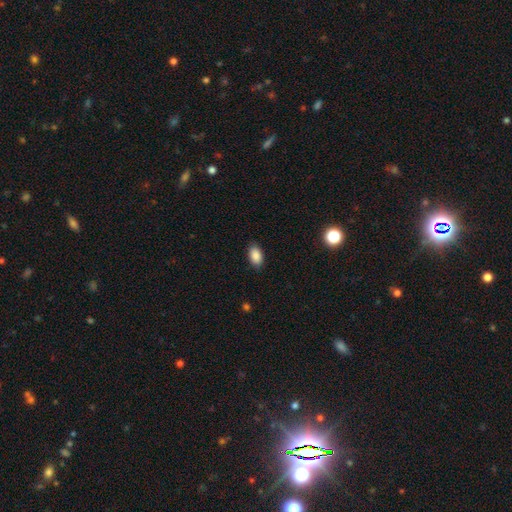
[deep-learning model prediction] A smooth galaxy with no disk features (88%) that is in between round and cigar-shaped (92%).

Vote fractions:
- Smooth or featured? smooth: 88% / star or artifact: 8% / featured or disk: 4%
- How rounded? in between: 92% / round: 7% / cigar-shaped: 2%
- Merging? none: 87% / minor disturbance: 10% / major disturbance: 2% / merger: 1%